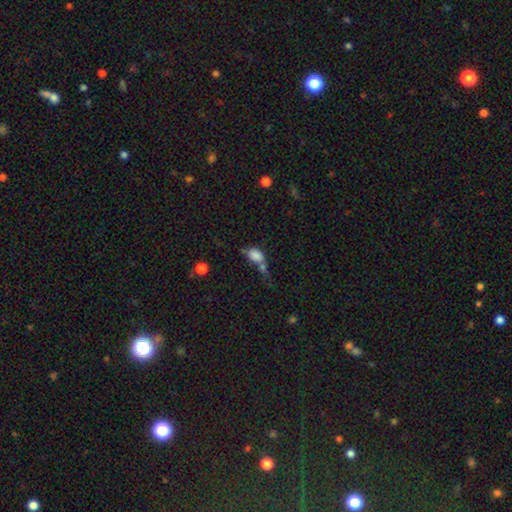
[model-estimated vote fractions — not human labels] Smooth or featured? smooth (80%)
How rounded? in between (83%)
Merging? merger (42%)